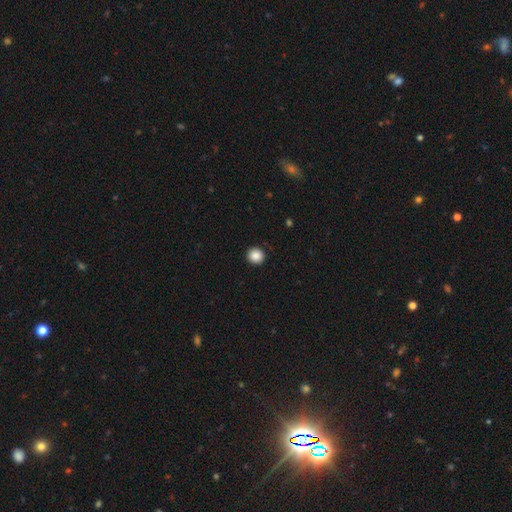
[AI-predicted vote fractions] The model was most divided on "smooth or featured": smooth: 88%, star or artifact: 9%, featured or disk: 3%. More confident: how rounded — round (95%); merging — none (94%).